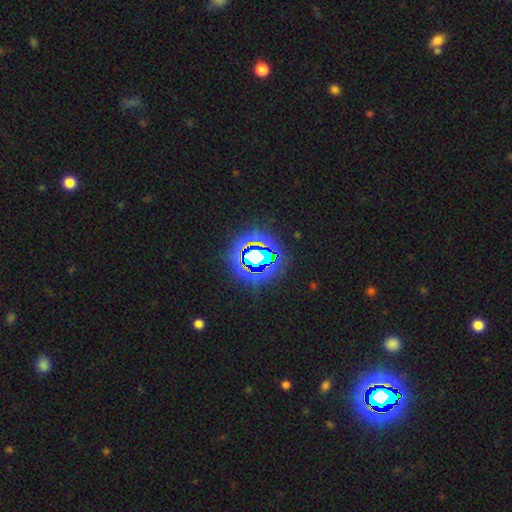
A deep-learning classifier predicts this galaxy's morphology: type=star or artifact (71%).